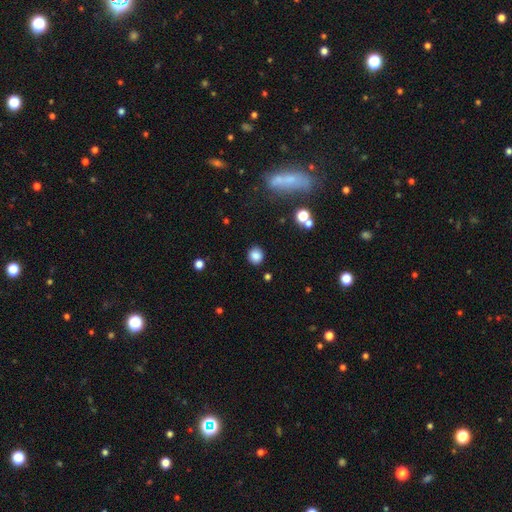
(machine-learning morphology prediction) A smooth galaxy with no disk features (84%) that is round (85%). Merging: none (88%).